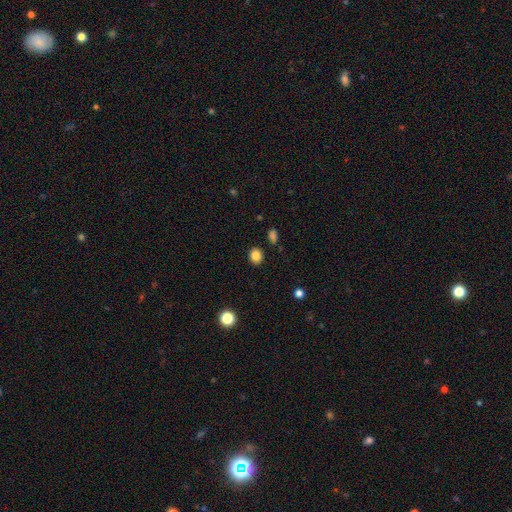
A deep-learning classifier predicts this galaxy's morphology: A smooth galaxy with no disk features (84%) that is round (64%).

Vote fractions:
- Smooth or featured? smooth: 84% / star or artifact: 11% / featured or disk: 5%
- How rounded? round: 64% / in between: 35% / cigar-shaped: 1%
- Merging? none: 89% / minor disturbance: 7% / major disturbance: 2% / merger: 2%